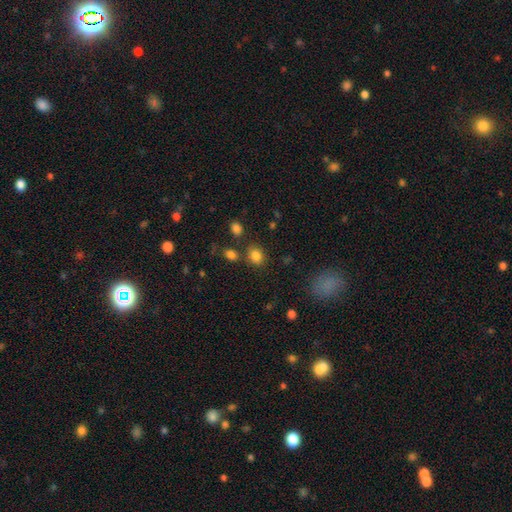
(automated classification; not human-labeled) The model was most divided on "how rounded": round: 54%, in between: 45%, cigar-shaped: 1%. More confident: smooth or featured — smooth (82%); merging — none (74%).